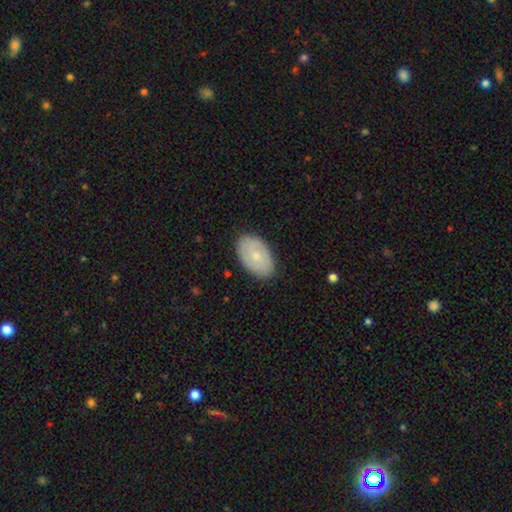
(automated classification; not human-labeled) Overall: smooth (62%; featured or disk 32%). How rounded: in between (91%). Merging: none (85%).